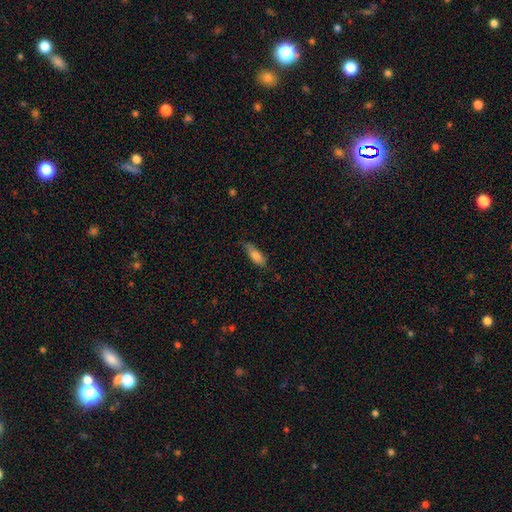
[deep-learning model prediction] smooth 80%, featured or disk 13%, star or artifact 7%. Down the decision tree: how rounded — in between (63%); merging — none (66%).